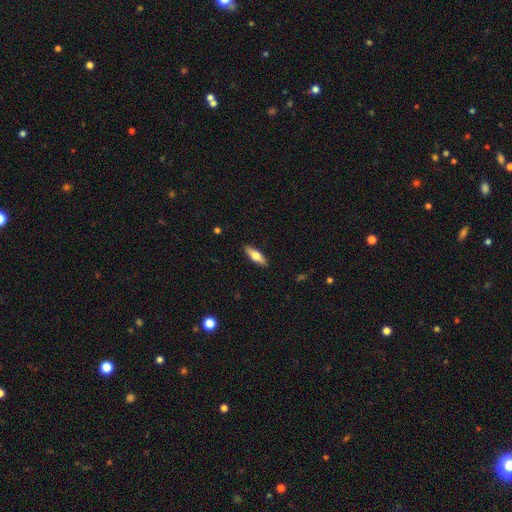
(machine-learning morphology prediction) This is possibly a smooth galaxy (54%). How rounded: possibly cigar-shaped (51%). Merging: clearly none (89%).